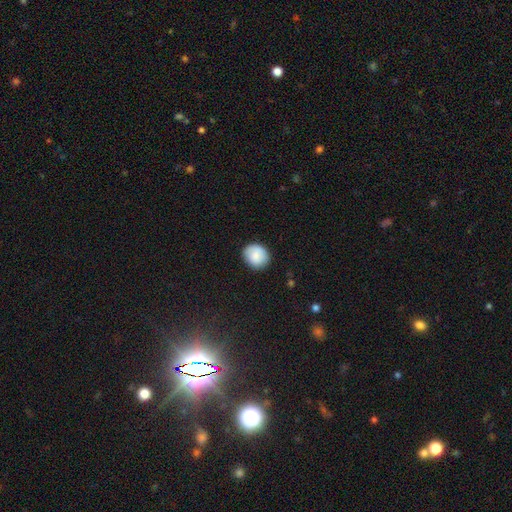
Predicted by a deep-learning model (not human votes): The model was most divided on "how rounded": round: 77%, in between: 22%, cigar-shaped: 1%. More confident: smooth or featured — smooth (84%); merging — none (83%).